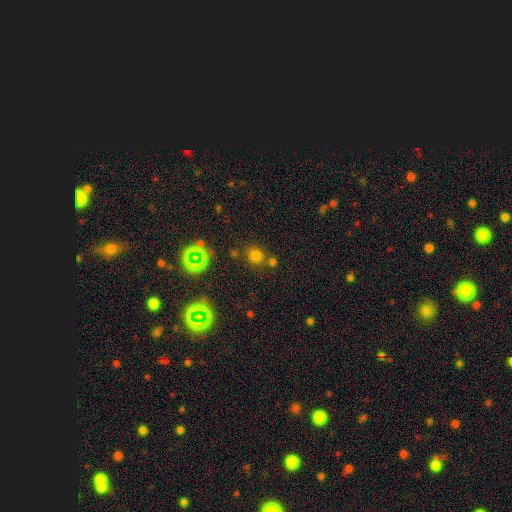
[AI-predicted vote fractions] Smooth or featured? smooth (66%)
How rounded? round (84%)
Merging? none (73%)